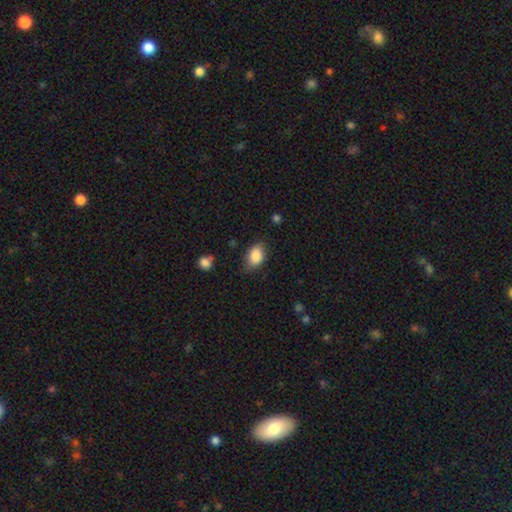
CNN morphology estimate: smooth 86%, star or artifact 8%, featured or disk 6%. Down the decision tree: how rounded — in between (83%); merging — none (74%).